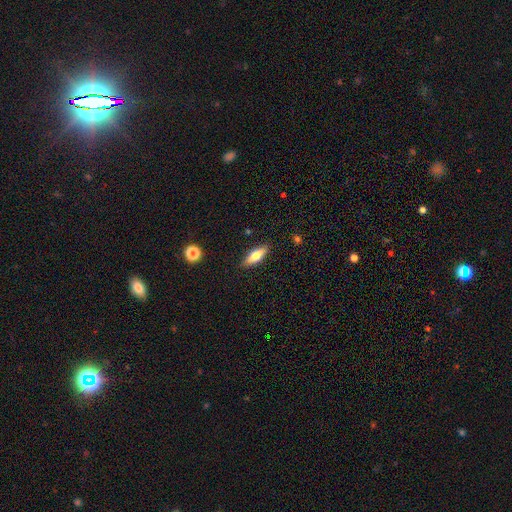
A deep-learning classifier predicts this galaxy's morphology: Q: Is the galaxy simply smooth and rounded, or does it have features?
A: smooth — 62%.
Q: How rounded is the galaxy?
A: in between — 53%.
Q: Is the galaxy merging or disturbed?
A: none — 87%.